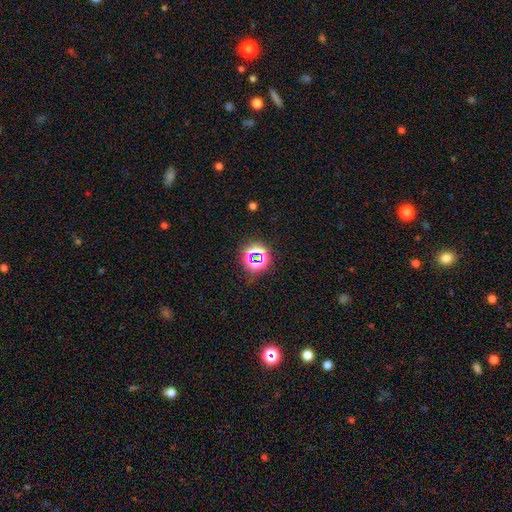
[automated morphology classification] star or artifact 63%, smooth 27%, featured or disk 10%.